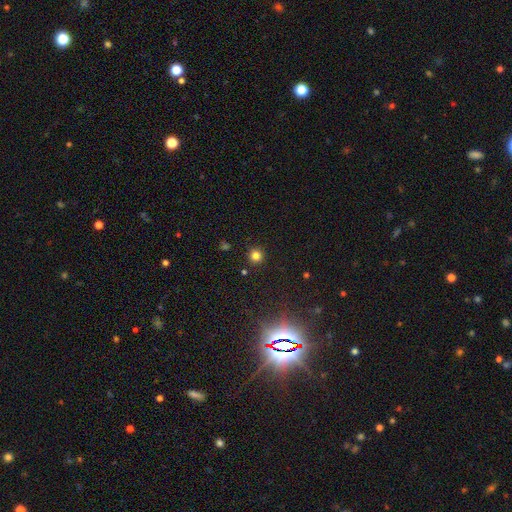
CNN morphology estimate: Smooth or featured? smooth (79%)
How rounded? round (94%)
Merging? none (91%)